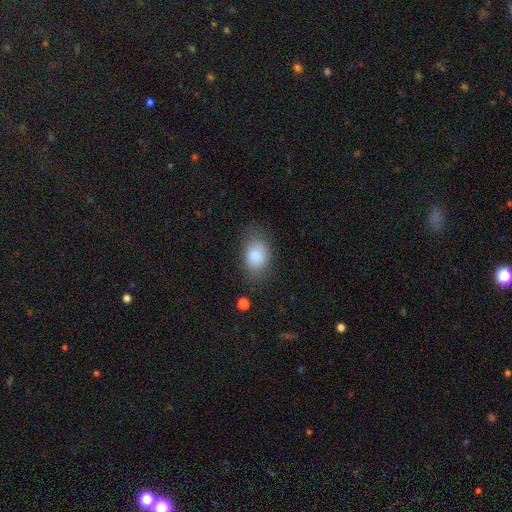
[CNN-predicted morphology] type=smooth (85%); roundness=in between (82%); merging=none (71%).